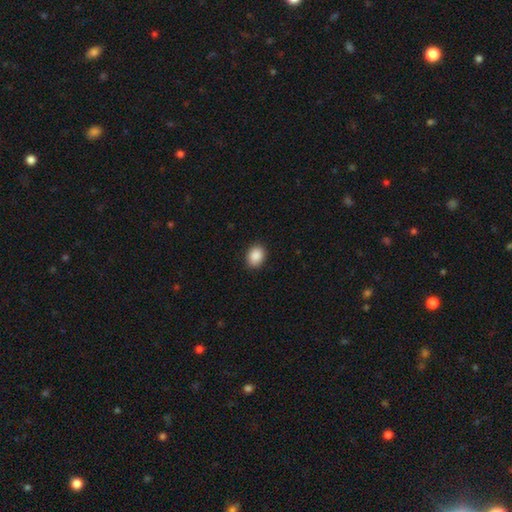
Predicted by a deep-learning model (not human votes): Overall: smooth (89%). How rounded: in between (60%; round 39%). Merging: none (89%).